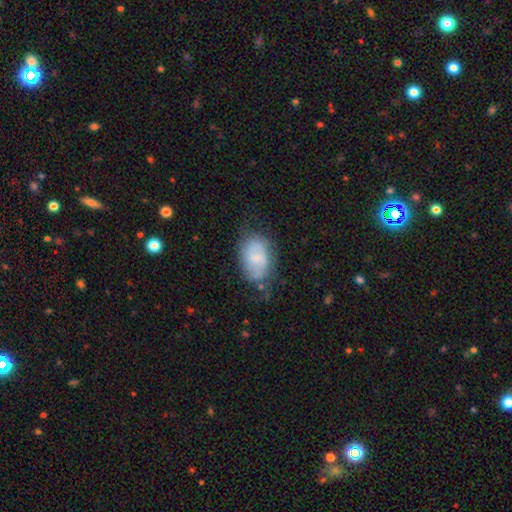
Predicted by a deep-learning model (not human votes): A smooth galaxy with no disk features (59%) that is in between round and cigar-shaped (88%). Merging: none (53%).